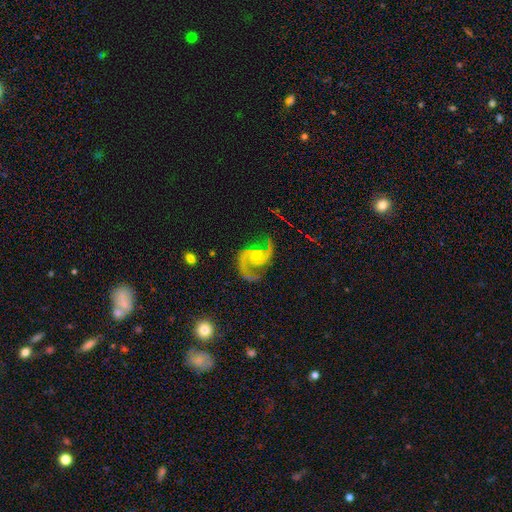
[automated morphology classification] Overall: featured or disk (93%). Edge-on disk: no (98%). Bar: no (66%; weak 28%). Spiral arms: yes (98%). Spiral arm count: 2 (94%). Spiral winding: medium (57%; loose 31%). Bulge size: small (49%; moderate 41%). Merging: none (74%).